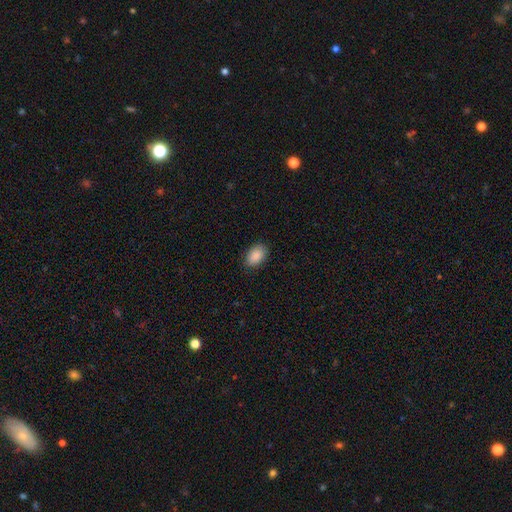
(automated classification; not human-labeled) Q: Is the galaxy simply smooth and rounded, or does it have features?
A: smooth — 90%.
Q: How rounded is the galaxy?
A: in between — 90%.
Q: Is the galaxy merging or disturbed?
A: none — 87%.